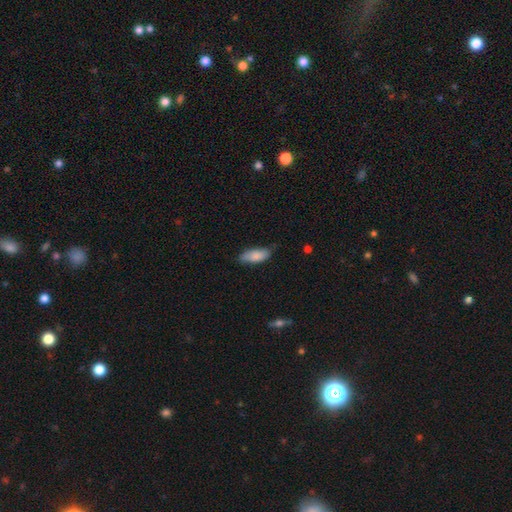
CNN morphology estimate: smooth_or_featured: smooth (p=0.85) [alt: featured or disk p=0.10]
how_rounded: in between (p=0.78) [alt: cigar-shaped p=0.20]
merging: none (p=0.75) [alt: minor disturbance p=0.21]